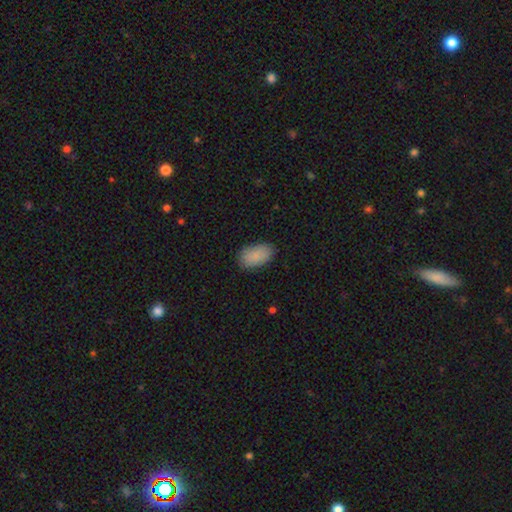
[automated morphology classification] Smooth or featured? smooth (88%)
How rounded? in between (94%)
Merging? none (84%)